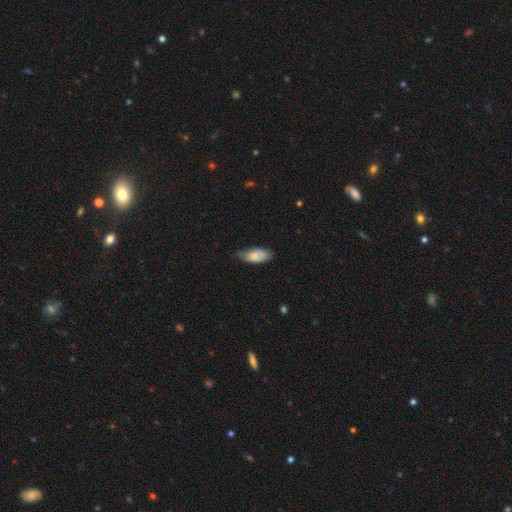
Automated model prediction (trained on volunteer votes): smooth_or_featured: smooth (p=0.75) [alt: featured or disk p=0.18]
how_rounded: in between (p=0.87) [alt: cigar-shaped p=0.10]
merging: none (p=0.55) [alt: minor disturbance p=0.36]